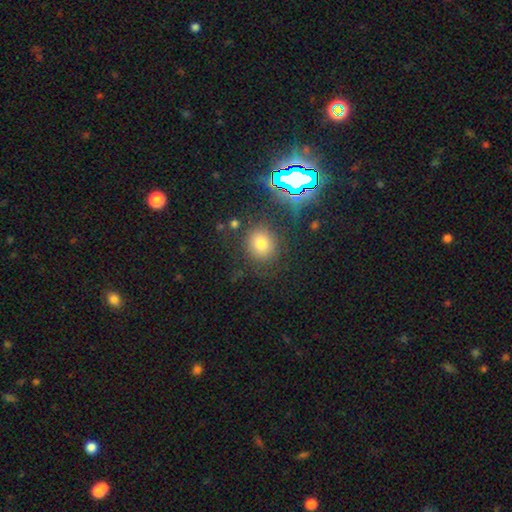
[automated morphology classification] type=smooth (51%); roundness=round (80%); merging=none (85%).